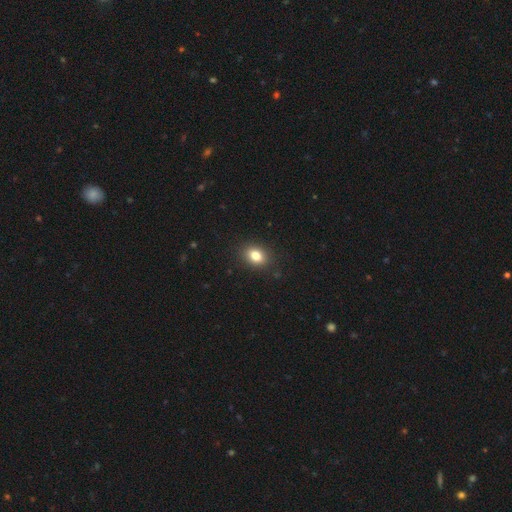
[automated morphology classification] Smooth or featured? smooth (82%)
How rounded? in between (66%)
Merging? none (88%)